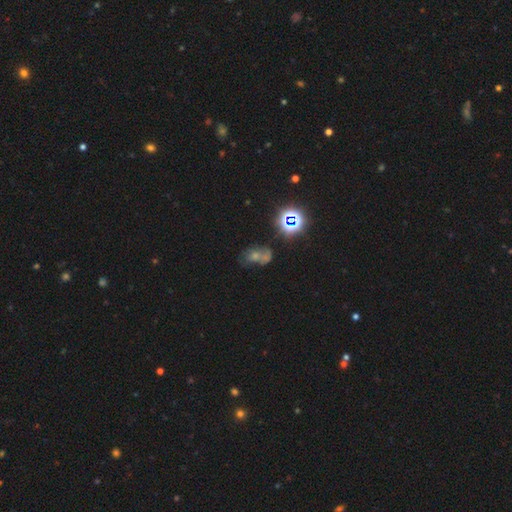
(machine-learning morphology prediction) smooth_or_featured: star or artifact (p=0.44) [alt: smooth p=0.31]